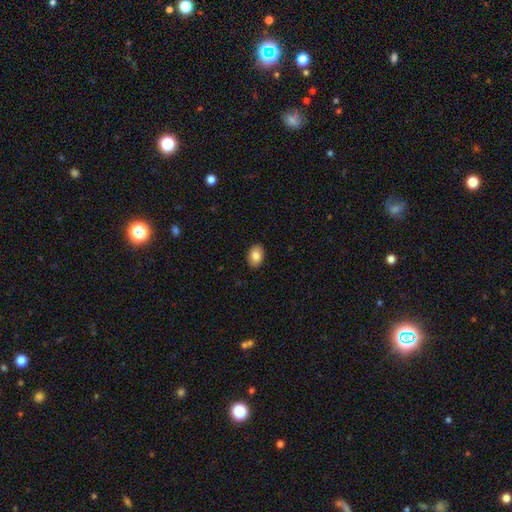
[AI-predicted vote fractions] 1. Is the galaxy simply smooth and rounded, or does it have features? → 85% smooth, 8% star or artifact, 7% featured or disk.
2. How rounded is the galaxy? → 84% in between, 15% round, 1% cigar-shaped.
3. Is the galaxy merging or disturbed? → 90% none, 7% minor disturbance, 2% major disturbance, 1% merger.